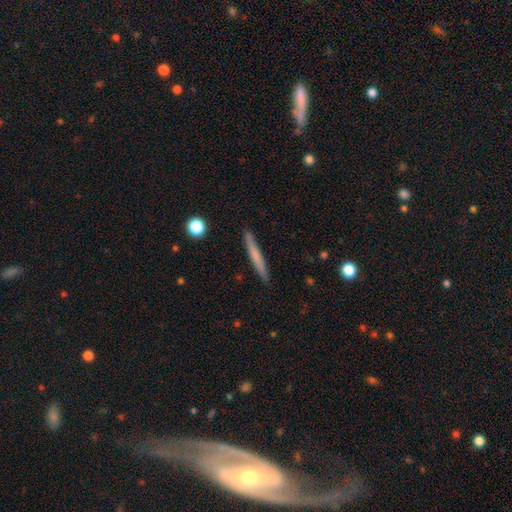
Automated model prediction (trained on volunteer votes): Smooth or featured: smooth — 62% (featured or disk — 32%)
How rounded: cigar-shaped — 96% (in between — 2%)
Merging: none — 90% (minor disturbance — 7%)